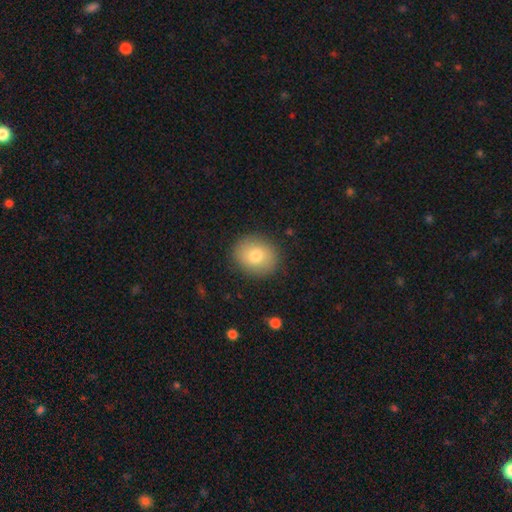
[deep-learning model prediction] This appears to be a smooth galaxy with no disk features (78%) that is round (73%). Merging: none (89%).